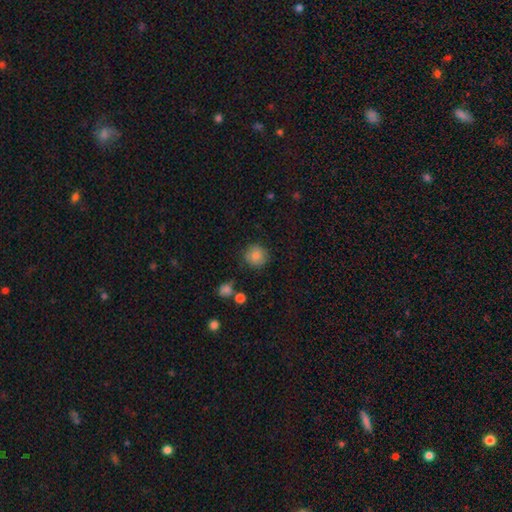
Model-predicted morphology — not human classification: A smooth galaxy with no disk features (85%) that is round (91%). Merging: none (83%).